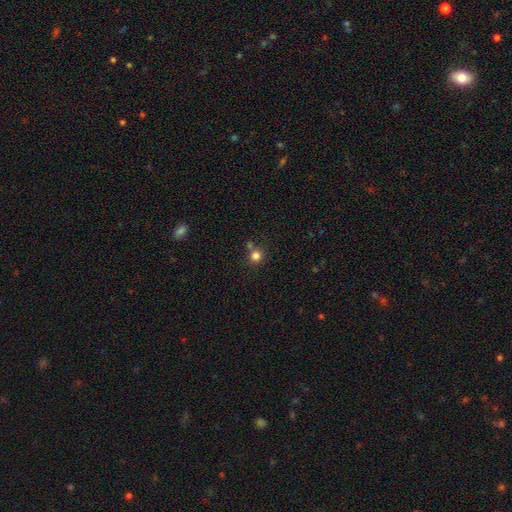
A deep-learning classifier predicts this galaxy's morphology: smooth 80%, star or artifact 13%, featured or disk 6%. Down the decision tree: how rounded — round (91%); merging — none (68%).